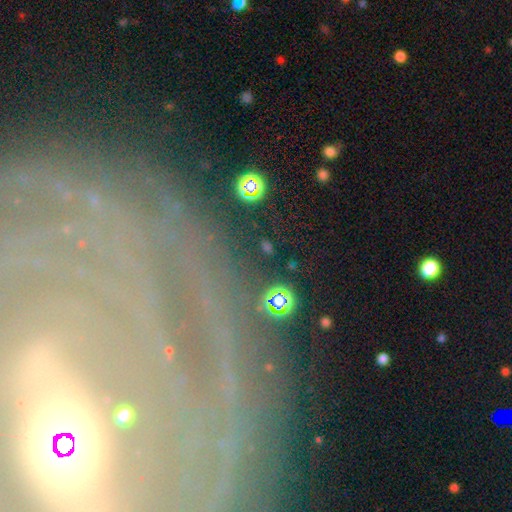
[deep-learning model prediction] This is possibly a featured or disk galaxy (56%). It is likely not viewed edge-on (76%). Merging: clearly none (82%).